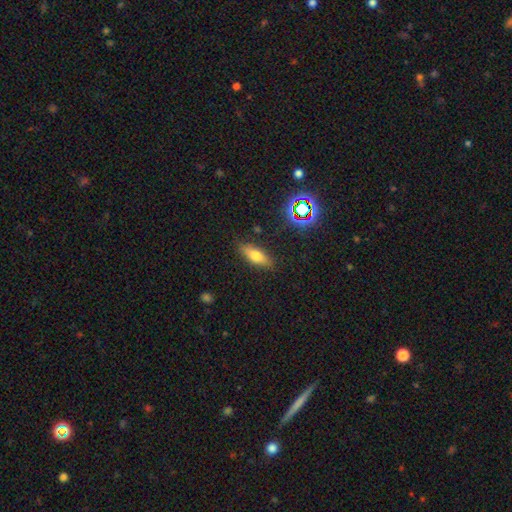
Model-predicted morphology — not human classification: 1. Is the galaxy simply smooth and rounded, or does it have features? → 65% smooth, 23% featured or disk, 12% star or artifact.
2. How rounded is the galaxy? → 63% in between, 33% cigar-shaped, 4% round.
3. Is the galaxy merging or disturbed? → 84% none, 12% minor disturbance, 3% major disturbance, 2% merger.